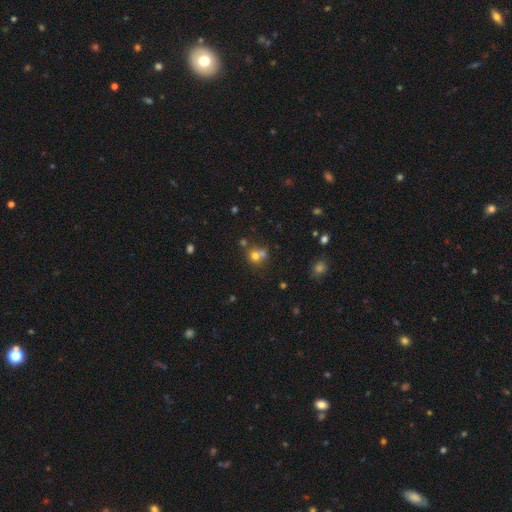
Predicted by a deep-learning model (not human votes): Smooth or featured: smooth — 68% (star or artifact — 18%)
How rounded: round — 83% (in between — 16%)
Merging: none — 45% (merger — 42%)